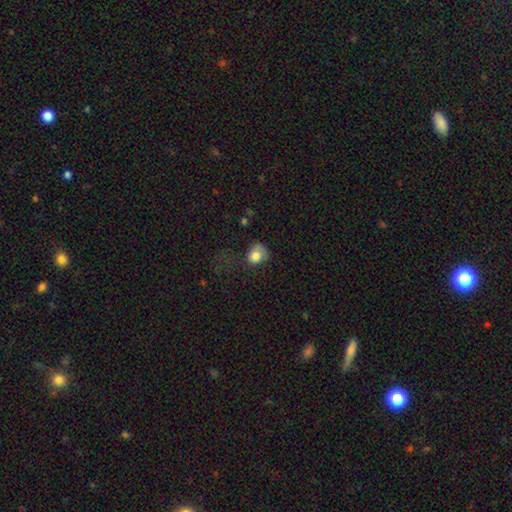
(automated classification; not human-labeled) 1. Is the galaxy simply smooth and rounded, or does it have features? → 80% smooth, 12% featured or disk, 9% star or artifact.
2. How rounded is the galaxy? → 55% round, 44% in between, 1% cigar-shaped.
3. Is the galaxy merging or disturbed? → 34% major disturbance, 31% minor disturbance, 31% none, 3% merger.